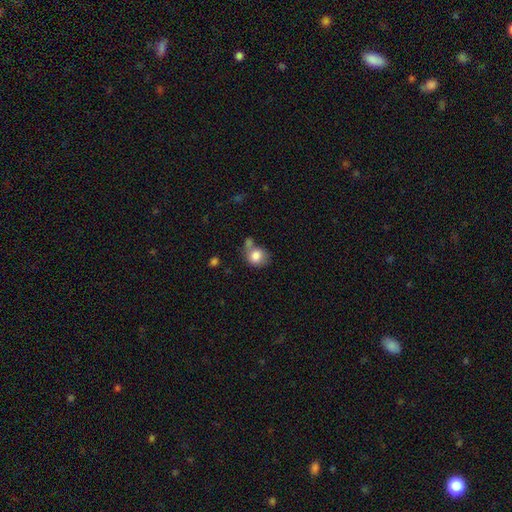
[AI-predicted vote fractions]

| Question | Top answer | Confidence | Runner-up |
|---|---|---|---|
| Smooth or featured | smooth | 81% | featured or disk (10%) |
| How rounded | round | 64% | in between (35%) |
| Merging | none | 39% | merger (30%) |